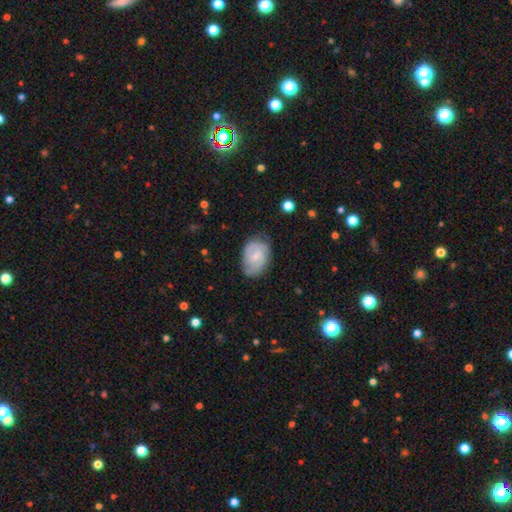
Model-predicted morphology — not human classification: type=featured or disk (59%); edge-on=no (97%); bar=weak (55%); spiral arms=yes (87%); bulge=small (58%); merging=none (67%).